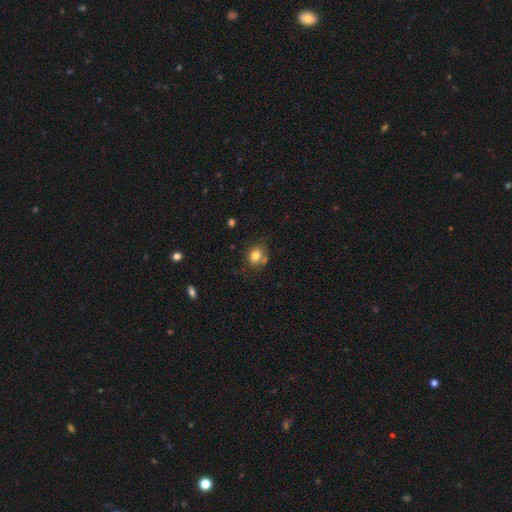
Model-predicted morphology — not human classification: Smooth or featured: smooth — 80% (star or artifact — 11%)
How rounded: round — 62% (in between — 37%)
Merging: none — 64% (minor disturbance — 18%)